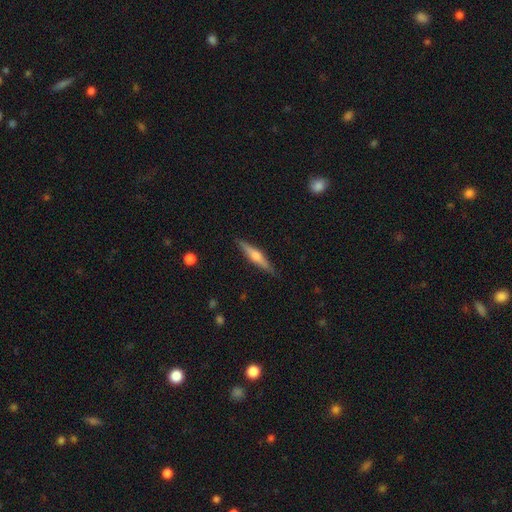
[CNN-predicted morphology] The model was most divided on "smooth or featured": featured or disk: 65%, smooth: 29%, star or artifact: 6%. More confident: edge-on disk — yes (97%); merging — none (89%); edge-on bulge — rounded (87%).